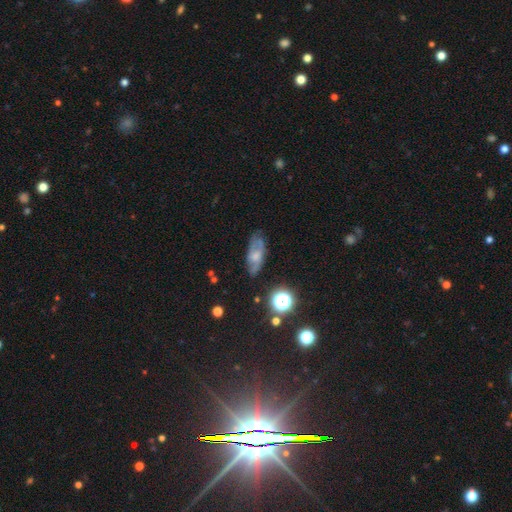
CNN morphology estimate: Q: Smooth or featured?
A: featured or disk (45%); runner-up: smooth (43%)
Q: Merging?
A: none (65%); runner-up: minor disturbance (24%)